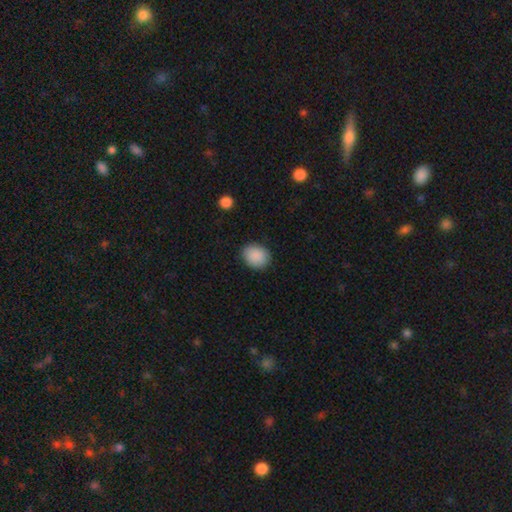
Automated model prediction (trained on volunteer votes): Smooth or featured? smooth (89%)
How rounded? round (54%)
Merging? none (88%)